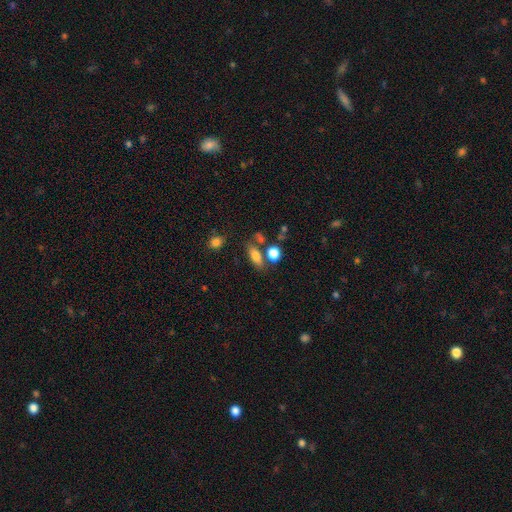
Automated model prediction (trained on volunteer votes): This is likely a smooth galaxy (77%). How rounded: likely in between (72%). Merging: likely none (64%).